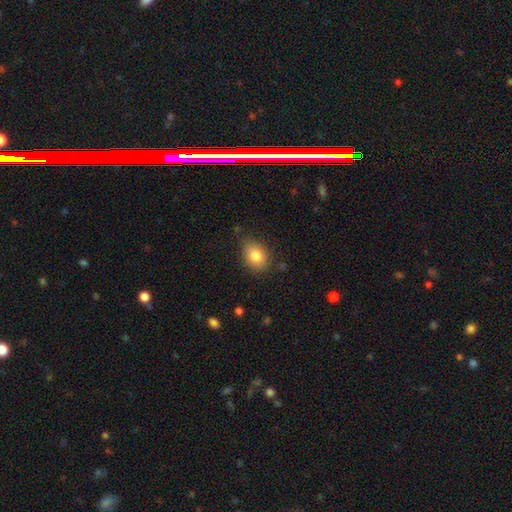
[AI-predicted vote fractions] smooth_or_featured: smooth (p=0.82) [alt: featured or disk p=0.09]
how_rounded: in between (p=0.72) [alt: round p=0.27]
merging: none (p=0.78) [alt: minor disturbance p=0.17]